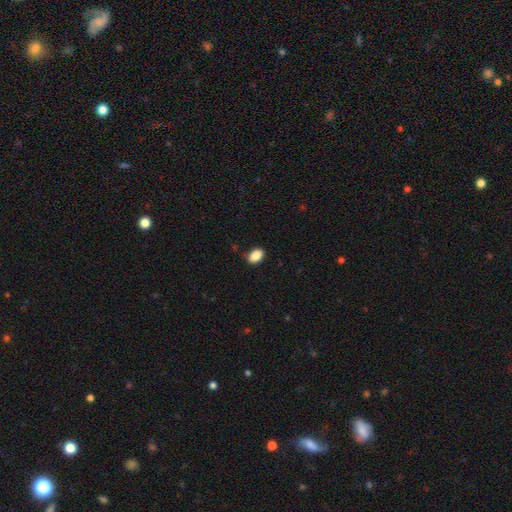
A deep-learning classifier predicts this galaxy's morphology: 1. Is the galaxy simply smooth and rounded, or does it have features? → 87% smooth, 8% star or artifact, 4% featured or disk.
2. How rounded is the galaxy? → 83% in between, 15% round, 1% cigar-shaped.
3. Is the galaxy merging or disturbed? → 85% none, 11% minor disturbance, 2% major disturbance, 1% merger.